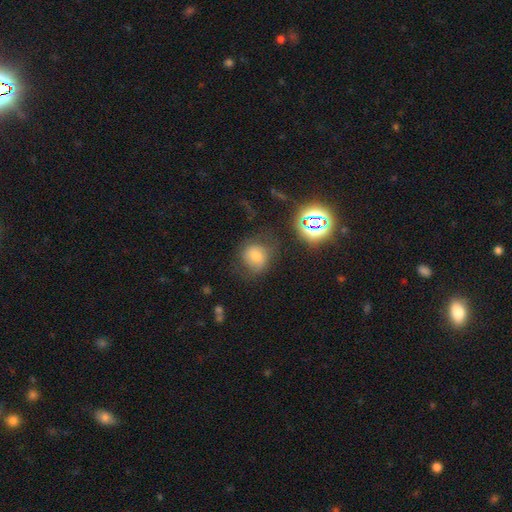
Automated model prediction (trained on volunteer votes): This is likely a smooth galaxy (62%). How rounded: likely round (74%). Merging: likely none (60%).